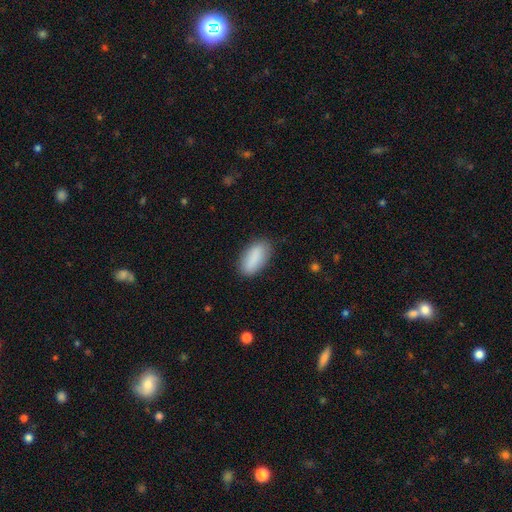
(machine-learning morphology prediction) The model was most divided on "merging": none: 82%, minor disturbance: 13%, major disturbance: 3%, merger: 1%. More confident: how rounded — in between (88%); smooth or featured — smooth (87%).